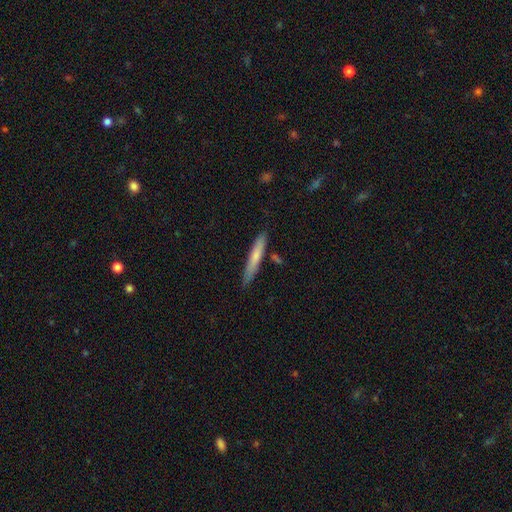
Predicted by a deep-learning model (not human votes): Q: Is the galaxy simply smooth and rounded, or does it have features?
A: smooth — 67%.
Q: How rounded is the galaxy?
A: cigar-shaped — 94%.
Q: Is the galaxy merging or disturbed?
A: none — 82%.